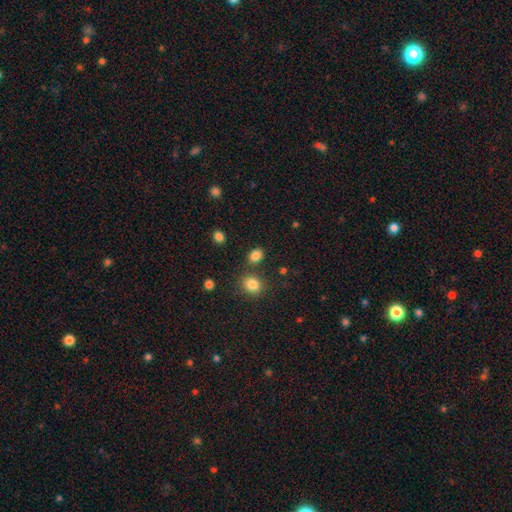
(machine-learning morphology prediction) type=smooth (84%); roundness=in between (55%); merging=none (76%).